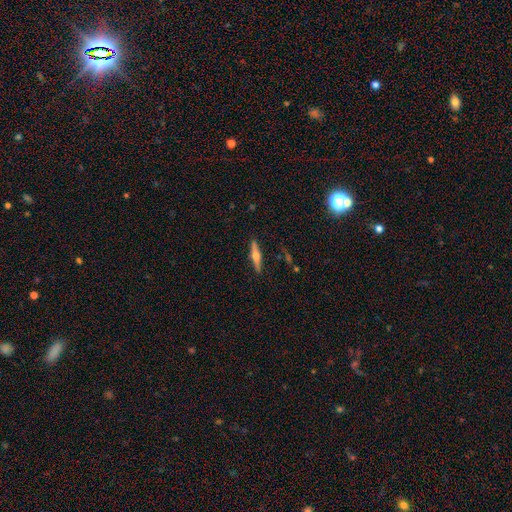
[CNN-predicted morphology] Smooth or featured? featured or disk (66%)
Edge-on disk? yes (97%)
Edge-on bulge? rounded (93%)
Merging? none (89%)